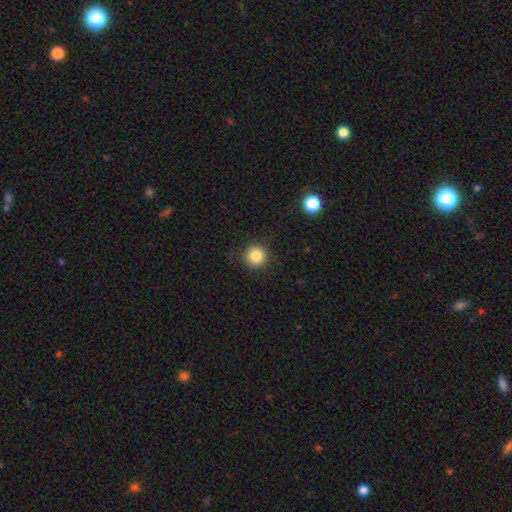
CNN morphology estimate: Q: Smooth or featured?
A: smooth (85%); runner-up: star or artifact (11%)
Q: How rounded?
A: round (95%); runner-up: in between (4%)
Q: Merging?
A: none (90%); runner-up: minor disturbance (7%)